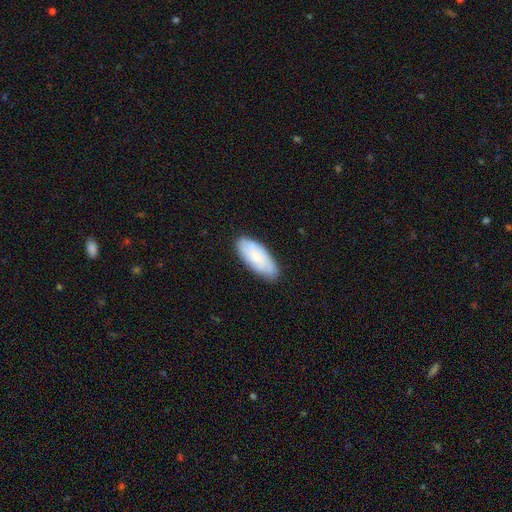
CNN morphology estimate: Overall: smooth (65%; featured or disk 28%). How rounded: in between (83%). Merging: none (82%).